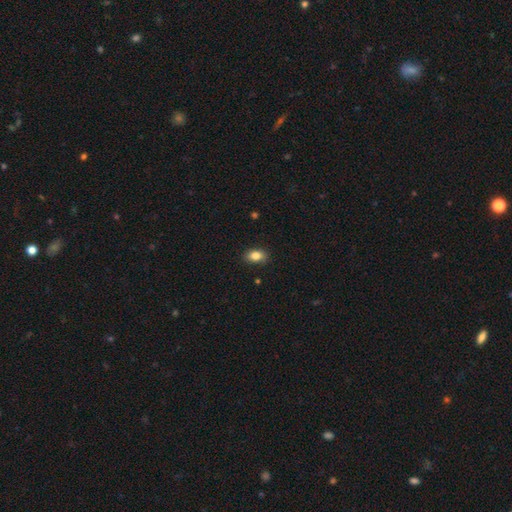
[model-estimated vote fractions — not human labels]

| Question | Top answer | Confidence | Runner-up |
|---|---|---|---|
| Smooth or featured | smooth | 84% | star or artifact (9%) |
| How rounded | in between | 85% | round (13%) |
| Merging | none | 86% | minor disturbance (11%) |